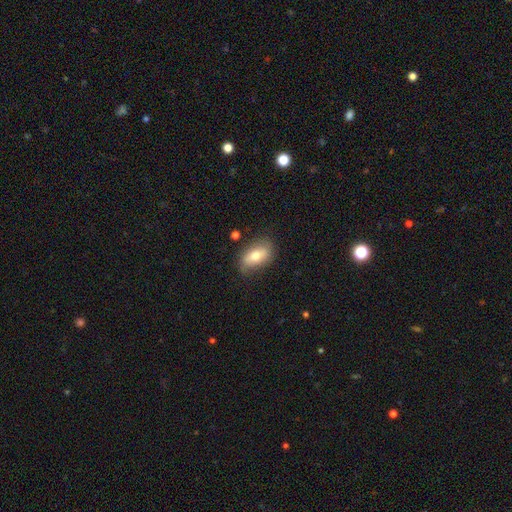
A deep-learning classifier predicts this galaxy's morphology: Overall: smooth (68%). How rounded: in between (87%). Merging: none (76%).